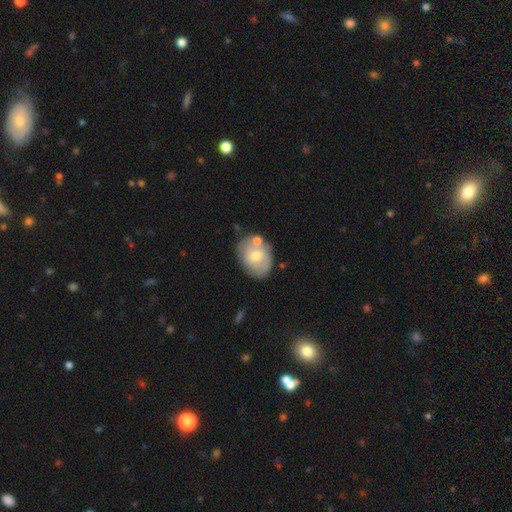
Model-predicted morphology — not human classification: Smooth or featured?
  - smooth: 59% *
  - featured or disk: 33%
  - star or artifact: 8%
How rounded?
  - in between: 63% *
  - round: 36%
  - cigar-shaped: 1%
Merging?
  - none: 60% *
  - minor disturbance: 18%
  - merger: 17%
  - major disturbance: 5%